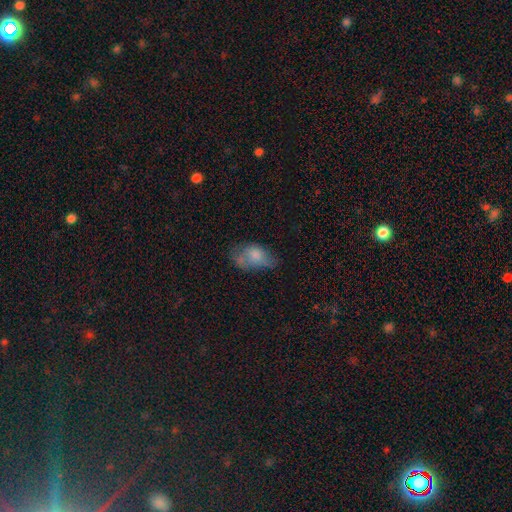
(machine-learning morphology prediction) Smooth or featured: smooth — 66% (featured or disk — 24%)
How rounded: in between — 87% (round — 11%)
Merging: none — 34% (minor disturbance — 32%)